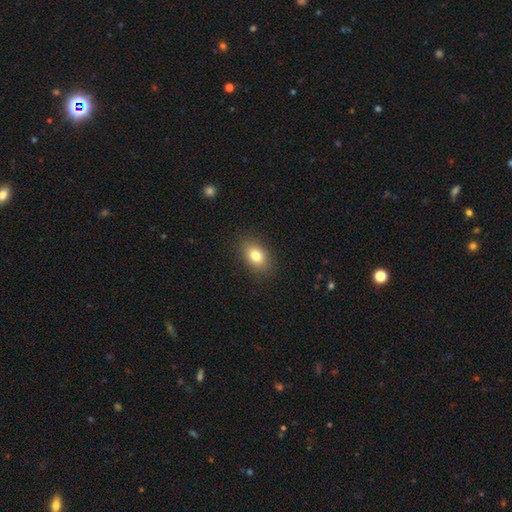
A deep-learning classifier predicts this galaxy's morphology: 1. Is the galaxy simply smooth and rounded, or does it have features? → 80% smooth, 10% star or artifact, 10% featured or disk.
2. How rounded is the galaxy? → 78% in between, 20% round, 2% cigar-shaped.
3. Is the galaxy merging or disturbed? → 88% none, 9% minor disturbance, 3% major disturbance, 1% merger.